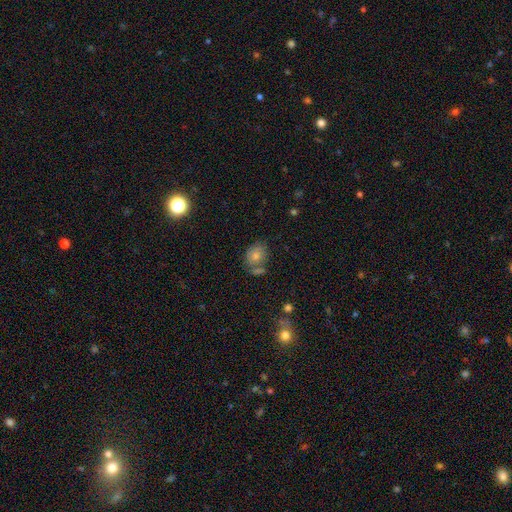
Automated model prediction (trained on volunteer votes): A smooth galaxy with no disk features (75%) that is in between round and cigar-shaped (58%).

Vote fractions:
- Smooth or featured? smooth: 75% / featured or disk: 15% / star or artifact: 10%
- How rounded? in between: 58% / round: 41% / cigar-shaped: 1%
- Merging? none: 56% / merger: 22% / minor disturbance: 17% / major disturbance: 6%